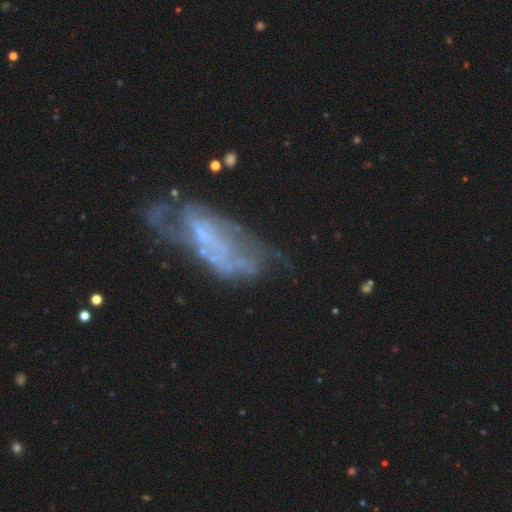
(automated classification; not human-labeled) This appears to be a featured or disk galaxy (70%) with no bar (56%), spiral arms (57%) and no central bulge (47%). Merging: none (41%).